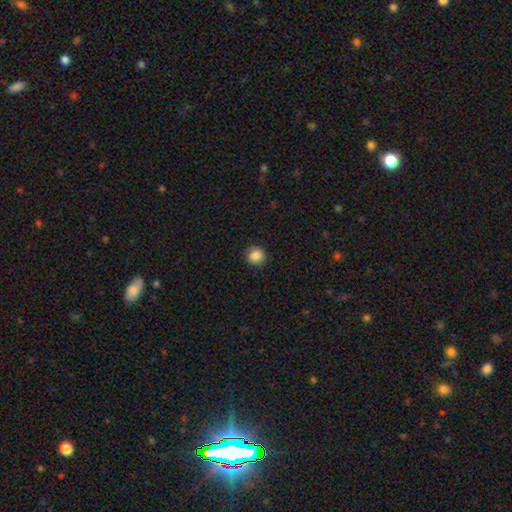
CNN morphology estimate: The model was most divided on "smooth or featured": smooth: 86%, star or artifact: 9%, featured or disk: 4%. More confident: how rounded — round (90%); merging — none (88%).